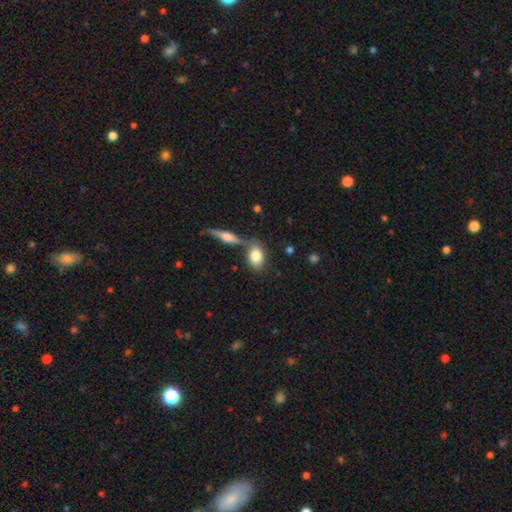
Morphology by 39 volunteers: smooth 87%, featured or disk 13%, star or artifact 0%. Down the decision tree: how rounded — in between (76%); merging — none (44%, tied with merger).